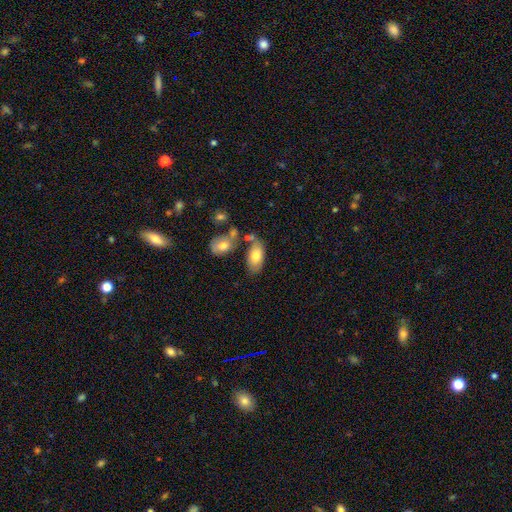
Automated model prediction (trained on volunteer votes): Q: Smooth or featured?
A: smooth (74%); runner-up: featured or disk (19%)
Q: How rounded?
A: in between (93%); runner-up: round (4%)
Q: Merging?
A: none (56%); runner-up: merger (20%)